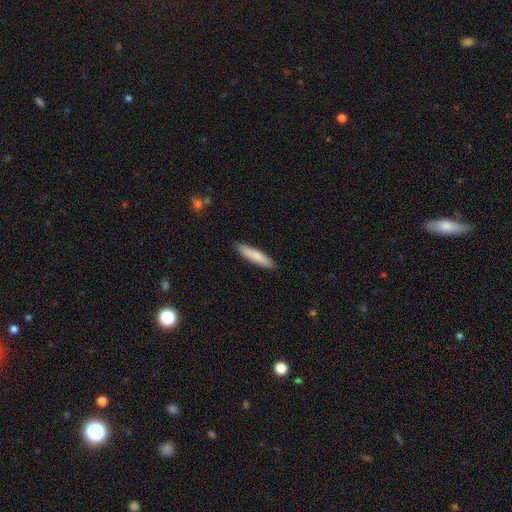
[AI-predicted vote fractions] The model was most divided on "how rounded": cigar-shaped: 82%, in between: 17%, round: 1%. More confident: merging — none (90%); smooth or featured — smooth (81%).